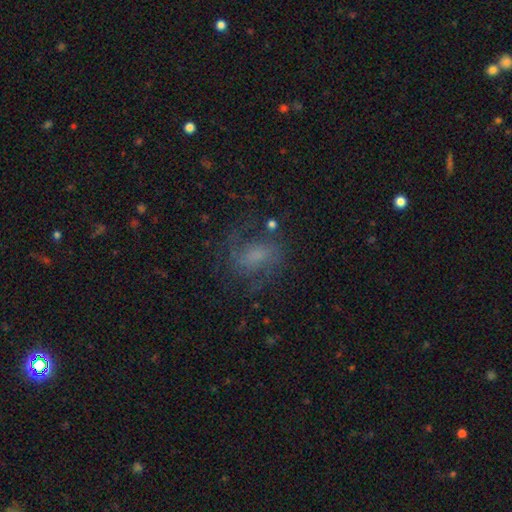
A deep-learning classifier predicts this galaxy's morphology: Smooth or featured: featured or disk — 64% (smooth — 22%)
Edge-on disk: no — 97% (yes — 3%)
Bar: weak — 45% (no — 41%)
Spiral arms: yes — 90% (no — 10%)
Spiral winding: medium — 53% (loose — 27%)
Spiral arm count: 2 — 71% (can't tell — 14%)
Bulge size: none — 32% (moderate — 27%)
Merging: none — 66% (minor disturbance — 17%)